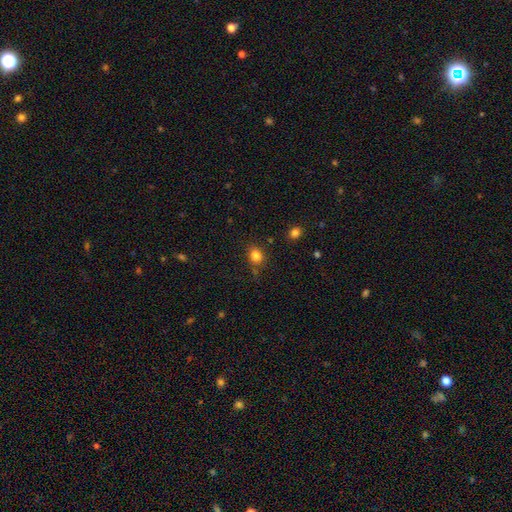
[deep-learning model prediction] smooth_or_featured: smooth (p=0.82) [alt: star or artifact p=0.12]
how_rounded: round (p=0.59) [alt: in between p=0.40]
merging: none (p=0.76) [alt: minor disturbance p=0.16]